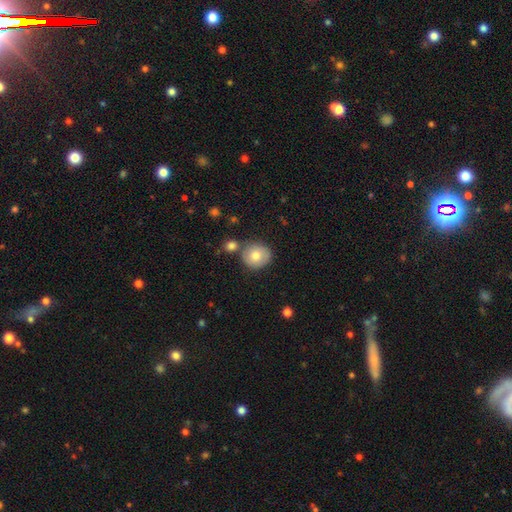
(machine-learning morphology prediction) Smooth or featured? smooth (77%)
How rounded? round (87%)
Merging? none (68%)